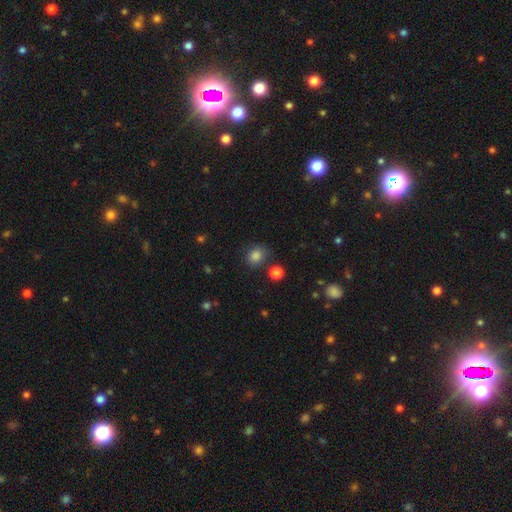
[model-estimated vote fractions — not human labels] The model was most divided on "how rounded": round: 73%, in between: 26%, cigar-shaped: 1%. More confident: smooth or featured — smooth (83%); merging — none (74%).